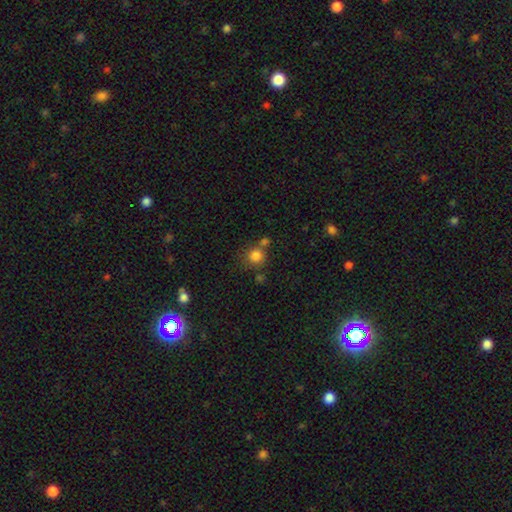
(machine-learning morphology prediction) This is clearly a smooth galaxy (82%). How rounded: clearly round (90%). Merging: likely none (65%).